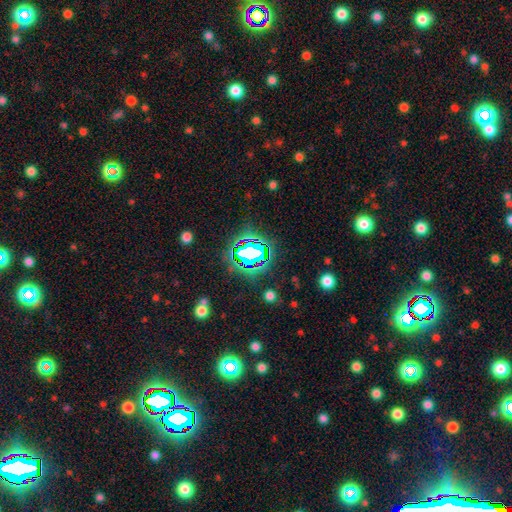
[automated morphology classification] Smooth or featured? Predicted: star or artifact (p=0.79).